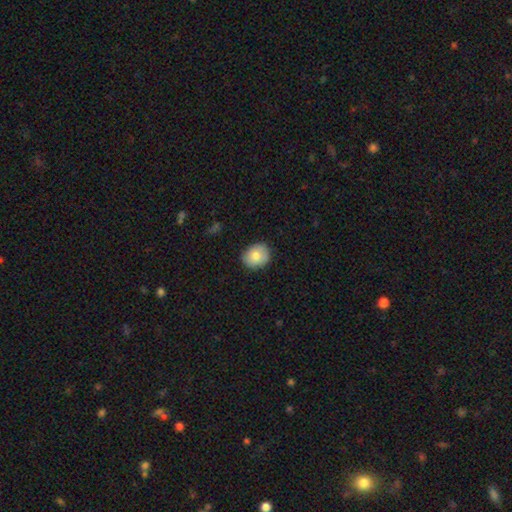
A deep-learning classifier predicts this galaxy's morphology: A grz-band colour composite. It shows a smooth galaxy with no disk features (78%) that is round (62%). Merging: none (85%).